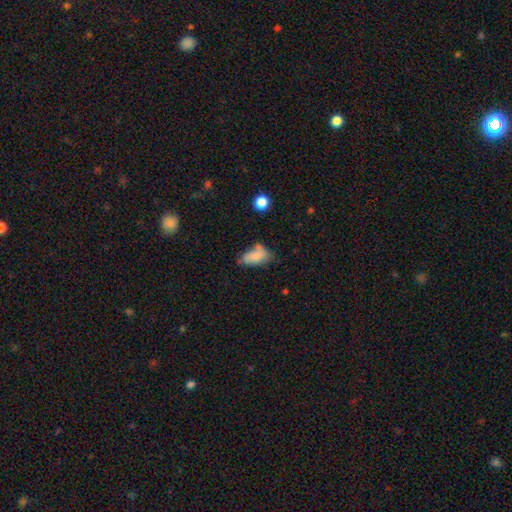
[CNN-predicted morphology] Overall: smooth (75%). How rounded: in between (89%). Merging: none (42%; minor disturbance 31%).